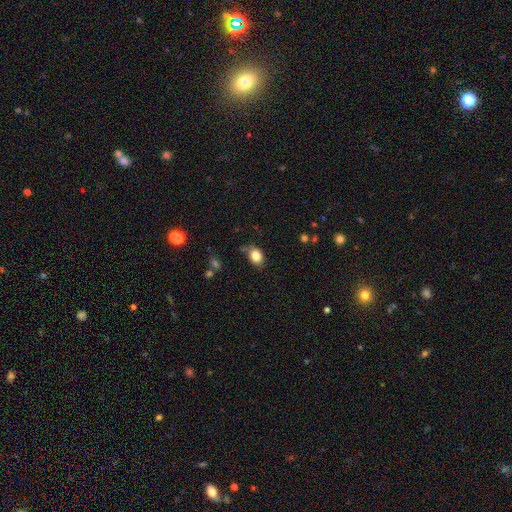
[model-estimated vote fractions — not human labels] This is clearly a smooth galaxy (83%). How rounded: likely in between (65%). Merging: likely none (63%).